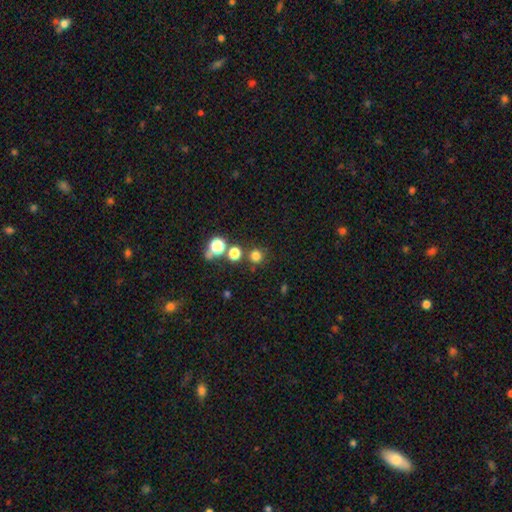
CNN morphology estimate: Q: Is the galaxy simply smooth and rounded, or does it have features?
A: smooth — 74%.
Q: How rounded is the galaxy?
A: round — 94%.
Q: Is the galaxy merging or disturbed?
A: none — 79%.